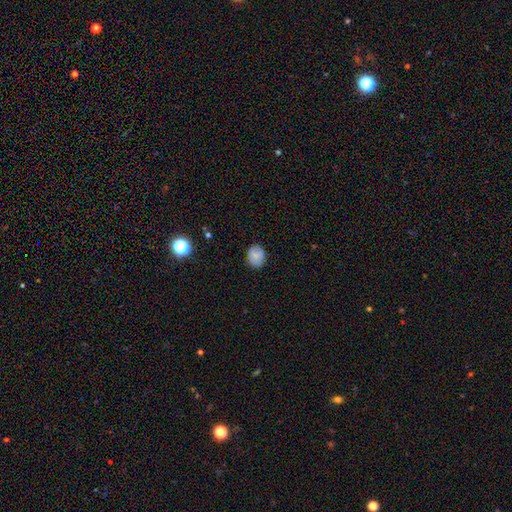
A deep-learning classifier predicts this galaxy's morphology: A smooth galaxy with no disk features (76%) that is round (54%).

Vote fractions:
- Smooth or featured? smooth: 76% / featured or disk: 14% / star or artifact: 10%
- How rounded? round: 54% / in between: 45% / cigar-shaped: 1%
- Merging? none: 81% / minor disturbance: 15% / major disturbance: 3% / merger: 1%